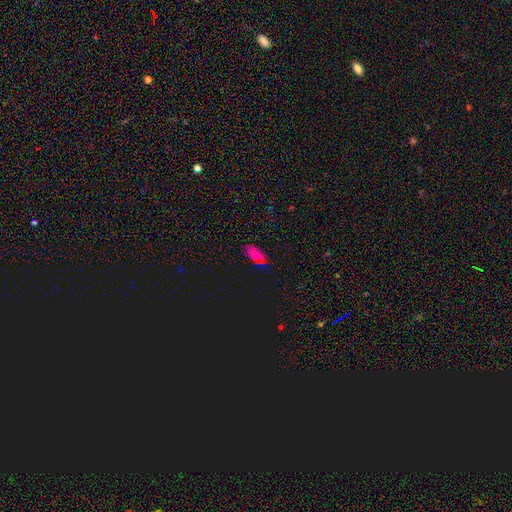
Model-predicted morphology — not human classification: type=smooth (62%); roundness=in between (90%); merging=none (81%).